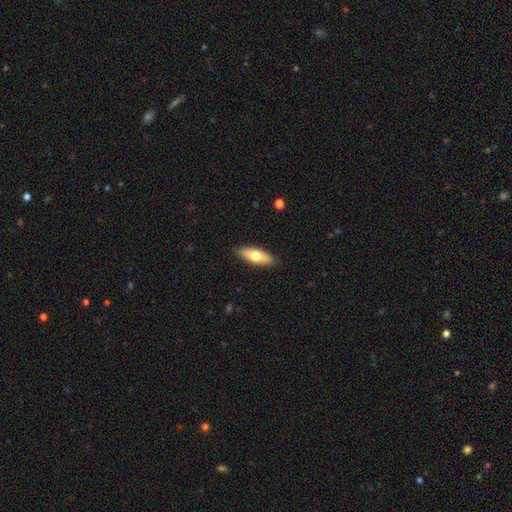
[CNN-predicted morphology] This is likely a smooth galaxy (66%). How rounded: likely in between (66%). Merging: clearly none (87%).